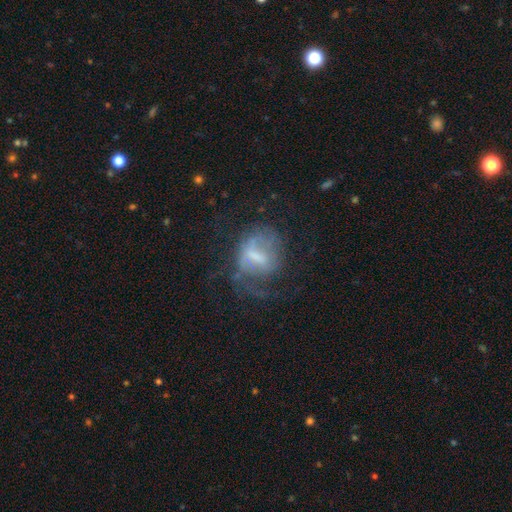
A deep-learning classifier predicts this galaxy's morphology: Overall: featured or disk (54%; smooth 34%). Edge-on disk: no (95%). Bar: weak (44%; strong 29%). Spiral arms: no (55%; yes 45%). Bulge size: moderate (33%; small 28%). Merging: none (39%; major disturbance 36%).